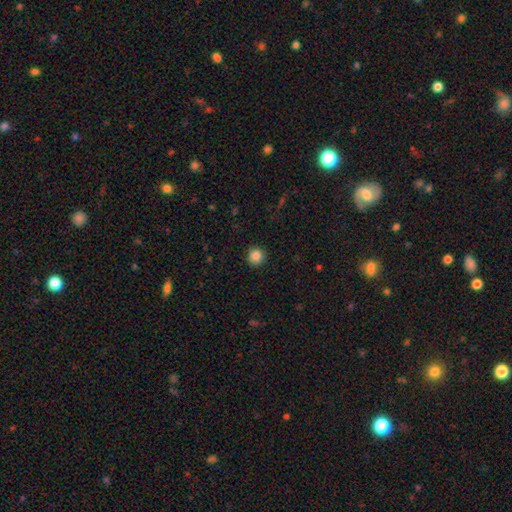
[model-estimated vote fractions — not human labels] Morphology: type=smooth (86%); roundness=round (94%); merging=none (92%).